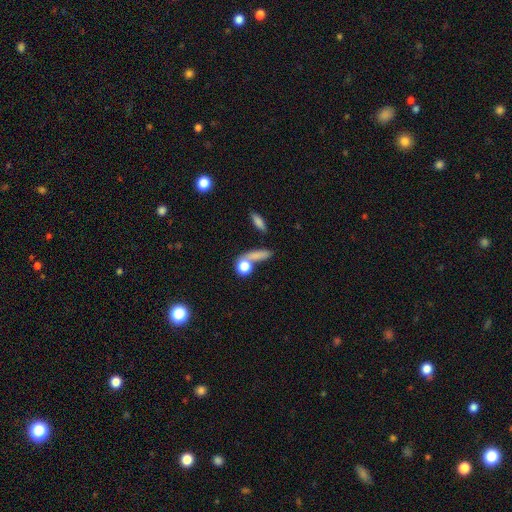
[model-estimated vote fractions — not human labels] Morphology: type=smooth (77%); roundness=in between (37%); merging=none (50%).